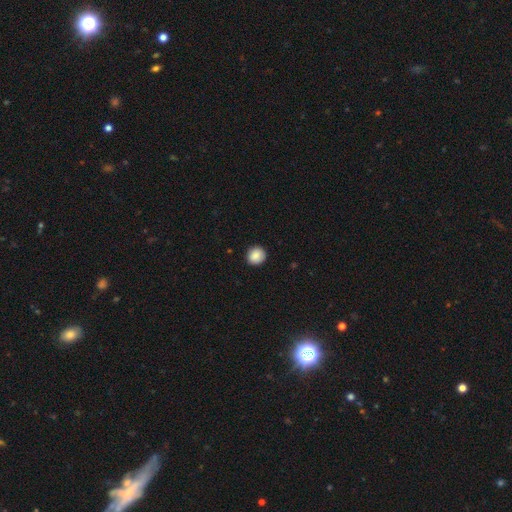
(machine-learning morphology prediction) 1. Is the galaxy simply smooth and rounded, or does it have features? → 88% smooth, 8% star or artifact, 4% featured or disk.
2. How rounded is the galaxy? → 90% round, 9% in between, 1% cigar-shaped.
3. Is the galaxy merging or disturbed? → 90% none, 7% minor disturbance, 2% major disturbance, 1% merger.